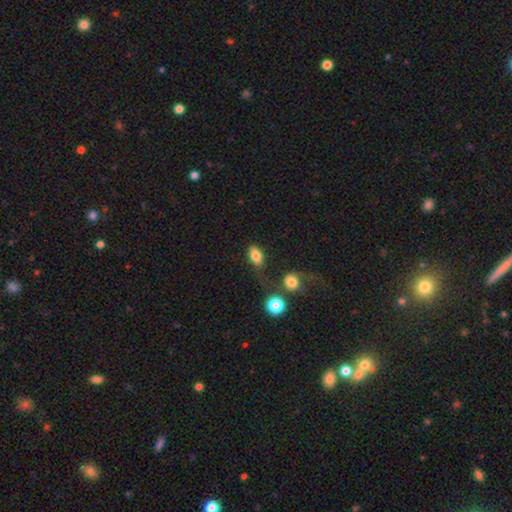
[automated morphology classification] Smooth or featured? smooth (82%)
How rounded? in between (86%)
Merging? none (59%)